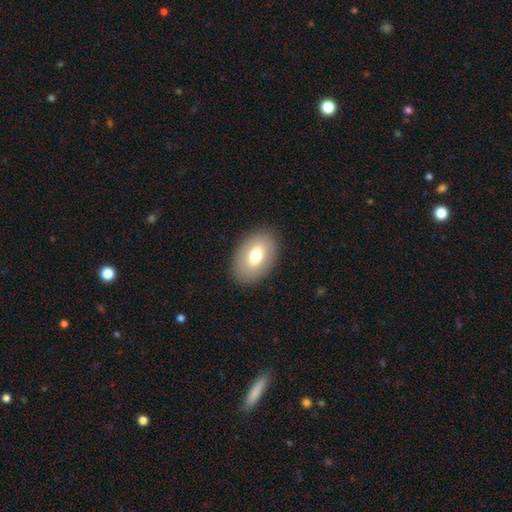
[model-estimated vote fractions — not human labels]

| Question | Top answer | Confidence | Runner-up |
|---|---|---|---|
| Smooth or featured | smooth | 70% | featured or disk (23%) |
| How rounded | in between | 89% | round (10%) |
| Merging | none | 86% | minor disturbance (10%) |